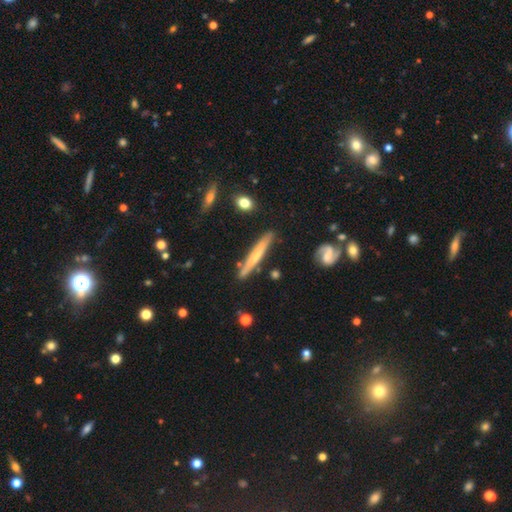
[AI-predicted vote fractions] Smooth or featured: featured or disk — 47% (tied with smooth — 47%)
Merging: none — 85% (minor disturbance — 10%)